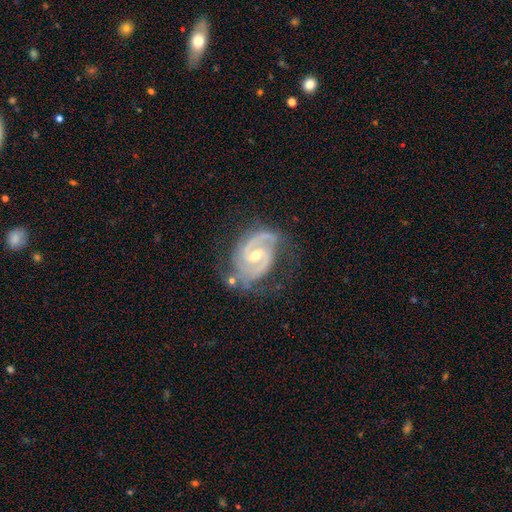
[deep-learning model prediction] smooth_or_featured: featured or disk (p=0.92) [alt: star or artifact p=0.05]
disk_edge_on: no (p=0.98) [alt: yes p=0.02]
bar: weak (p=0.49) [alt: no p=0.31]
has_spiral_arms: yes (p=0.98) [alt: no p=0.02]
spiral_winding: tight (p=0.47) [alt: medium p=0.45]
spiral_arm_count: 2 (p=0.74) [alt: 3 p=0.12]
bulge_size: moderate (p=0.54) [alt: small p=0.43]
merging: none (p=0.63) [alt: minor disturbance p=0.23]